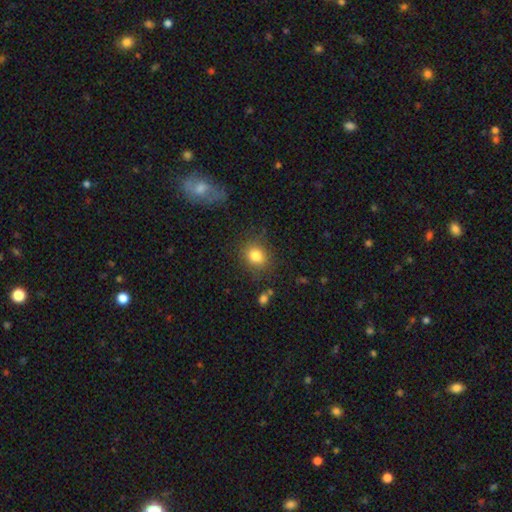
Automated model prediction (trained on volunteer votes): Smooth or featured: smooth — 82% (star or artifact — 11%)
How rounded: round — 69% (in between — 30%)
Merging: none — 81% (minor disturbance — 13%)